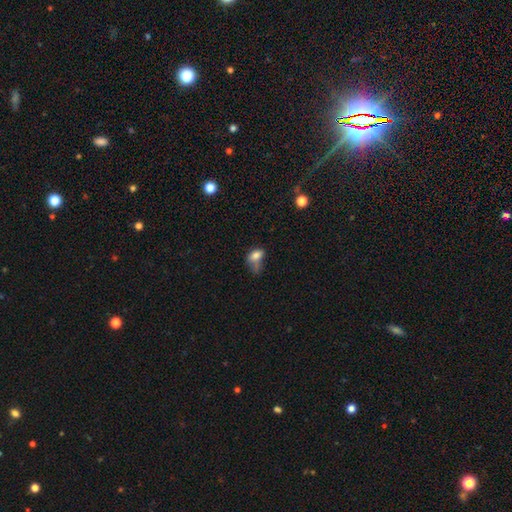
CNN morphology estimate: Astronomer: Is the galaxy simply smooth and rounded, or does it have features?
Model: smooth — 75%.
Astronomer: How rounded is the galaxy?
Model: in between — 81%.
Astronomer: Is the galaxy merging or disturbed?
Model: major disturbance — 29% (runner-up: minor disturbance, 27%).